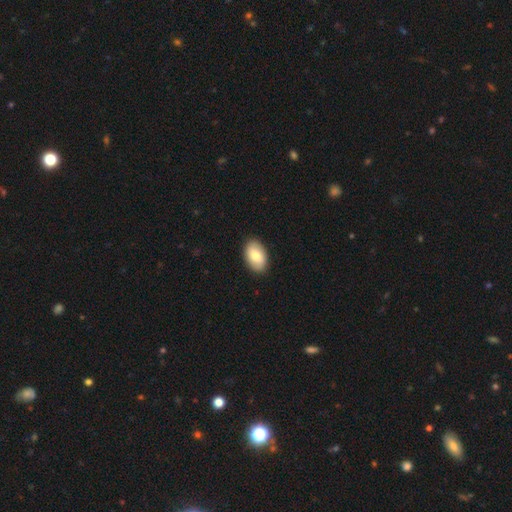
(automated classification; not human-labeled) smooth-or-featured: smooth: 77% | featured or disk: 17% | star or artifact: 6%
  how-rounded: in between: 92% | round: 7% | cigar-shaped: 1%
  merging: none: 90% | minor disturbance: 7% | major disturbance: 2% | merger: 1%